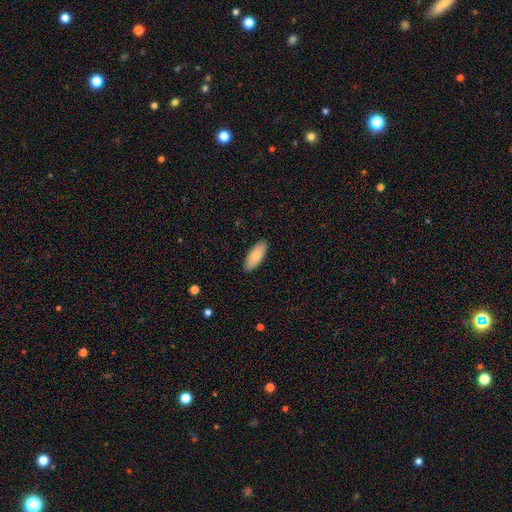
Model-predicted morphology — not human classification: This is clearly a smooth galaxy (82%). How rounded: clearly in between (86%). Merging: clearly none (89%).